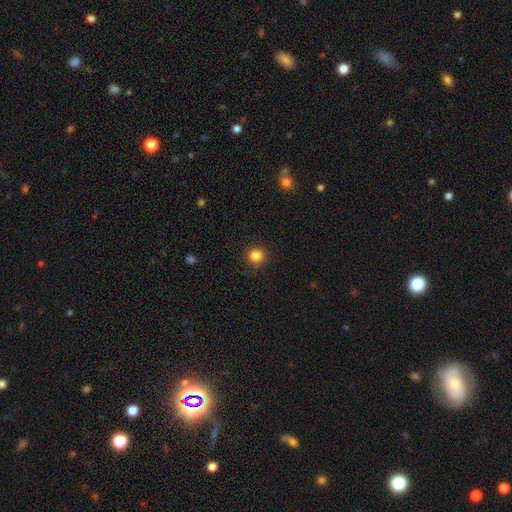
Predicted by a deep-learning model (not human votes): Smooth or featured: smooth — 84% (star or artifact — 11%)
How rounded: round — 92% (in between — 7%)
Merging: none — 90% (minor disturbance — 7%)